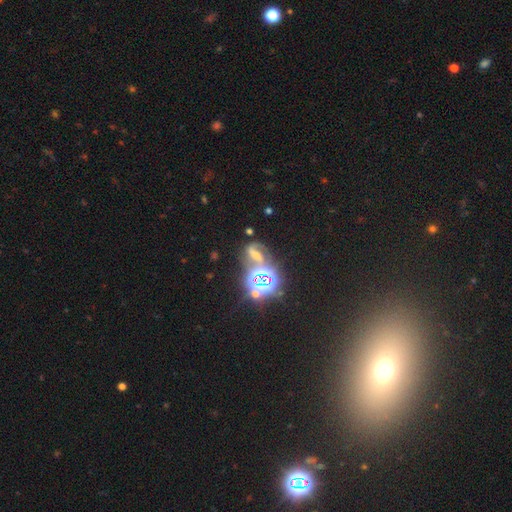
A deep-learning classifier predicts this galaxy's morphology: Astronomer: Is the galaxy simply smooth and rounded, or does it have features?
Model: star or artifact — 50% (runner-up: featured or disk, 36%).